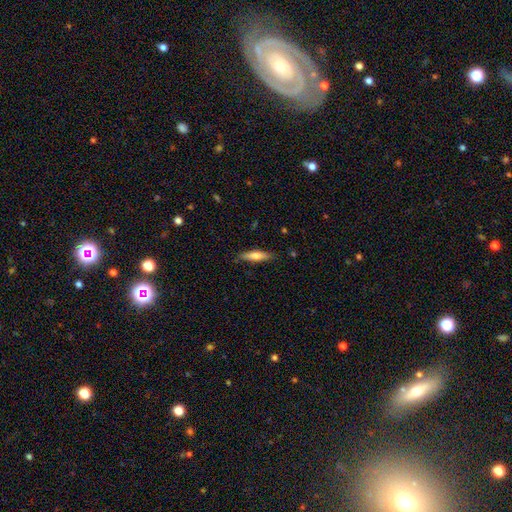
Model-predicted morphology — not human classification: Smooth or featured? Predicted: smooth (p=0.65). How rounded? Predicted: cigar-shaped (p=0.73). Merging? Predicted: none (p=0.85).